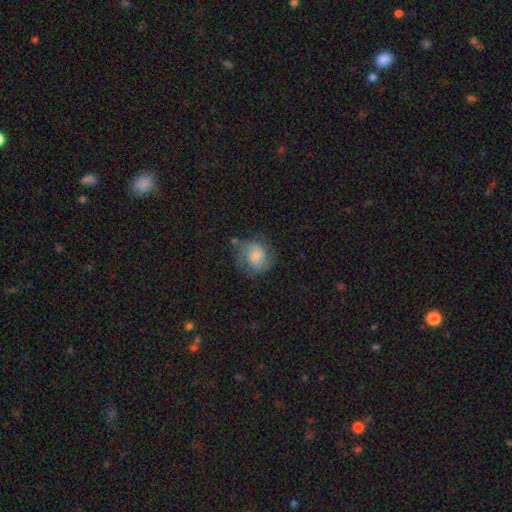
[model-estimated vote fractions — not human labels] featured or disk 50%, smooth 41%, star or artifact 8%. Down the decision tree: edge-on disk — no (97%); merging — none (61%).